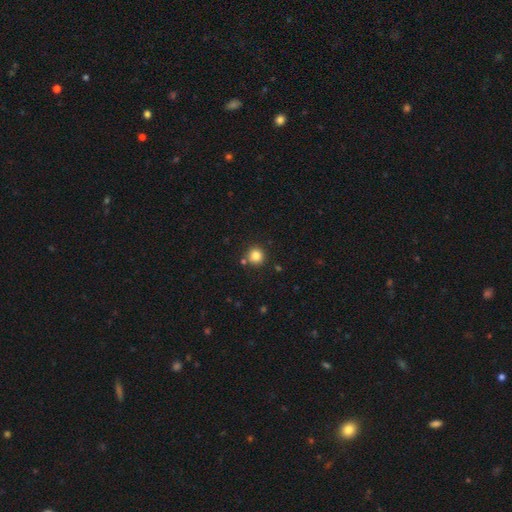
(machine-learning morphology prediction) smooth-or-featured: smooth: 83% | star or artifact: 12% | featured or disk: 5%
  how-rounded: round: 93% | in between: 6% | cigar-shaped: 1%
  merging: none: 82% | minor disturbance: 8% | merger: 7% | major disturbance: 2%